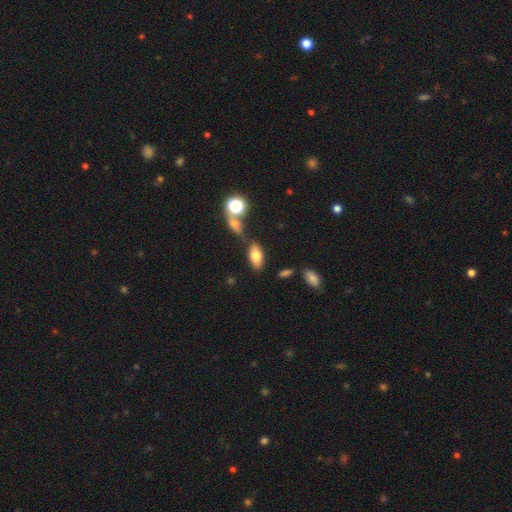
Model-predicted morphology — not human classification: A smooth galaxy with no disk features (73%) that is in between round and cigar-shaped (88%). Merging: none (66%).